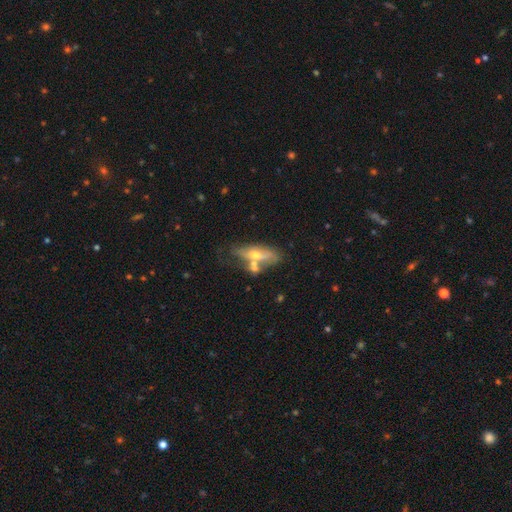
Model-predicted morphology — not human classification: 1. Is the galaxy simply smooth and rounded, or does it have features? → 52% featured or disk, 41% smooth, 8% star or artifact.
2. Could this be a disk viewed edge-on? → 54% yes, 46% no.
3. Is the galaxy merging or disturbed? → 39% none, 31% merger, 19% minor disturbance, 11% major disturbance.